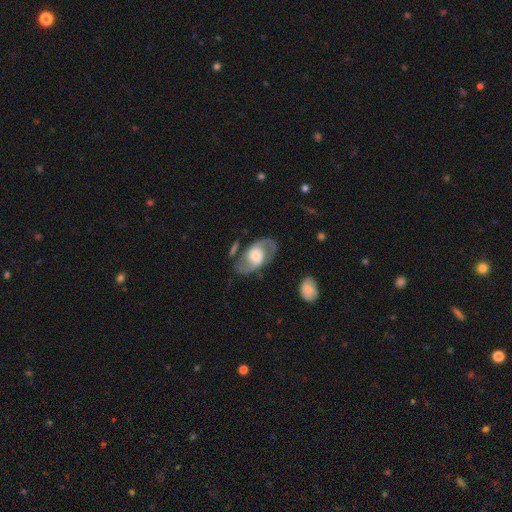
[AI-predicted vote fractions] Smooth or featured? featured or disk (79%)
Edge-on disk? no (95%)
Bar? no (51%)
Spiral arms? yes (89%)
Spiral winding? medium (53%)
Spiral arm count? 2 (90%)
Bulge size? moderate (42%)
Merging? none (71%)